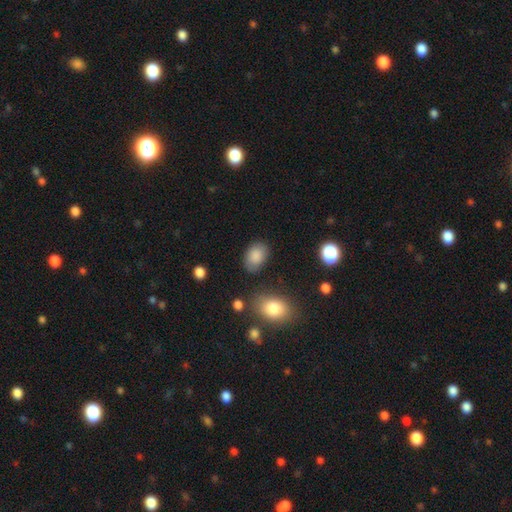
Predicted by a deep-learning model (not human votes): smooth_or_featured: smooth (p=0.86) [alt: star or artifact p=0.08]
how_rounded: in between (p=0.87) [alt: round p=0.12]
merging: none (p=0.79) [alt: minor disturbance p=0.14]